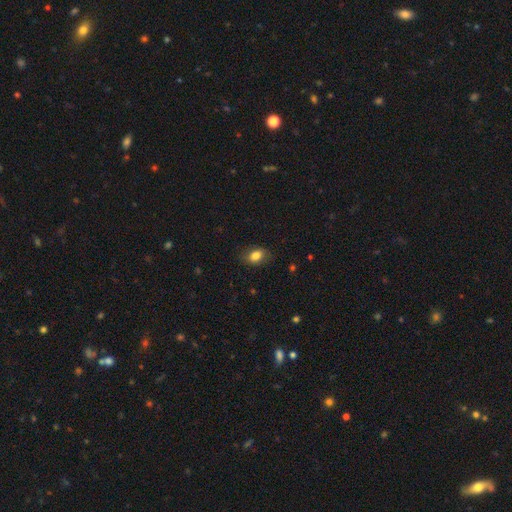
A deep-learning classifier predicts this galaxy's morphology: smooth 82%, featured or disk 9%, star or artifact 9%. Down the decision tree: how rounded — in between (81%); merging — none (80%).